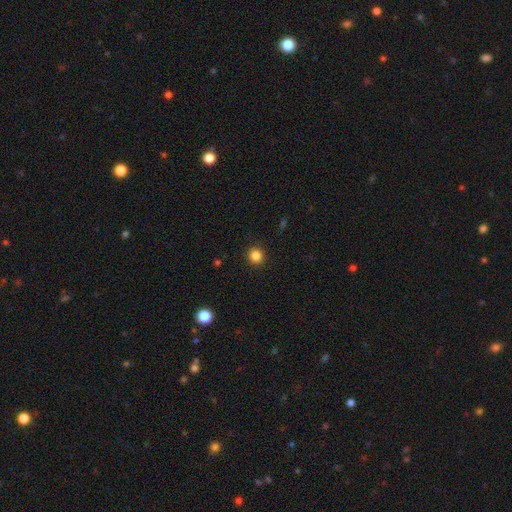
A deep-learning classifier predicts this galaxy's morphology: A smooth galaxy with no disk features (84%) that is round (94%). Merging: none (92%).